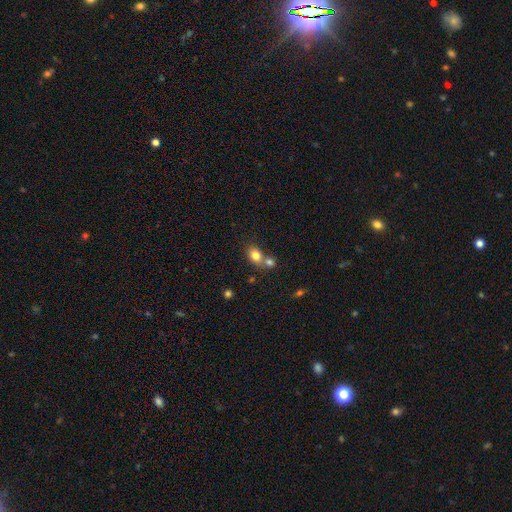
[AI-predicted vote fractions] Smooth or featured? smooth (79%)
How rounded? in between (61%)
Merging? merger (46%)